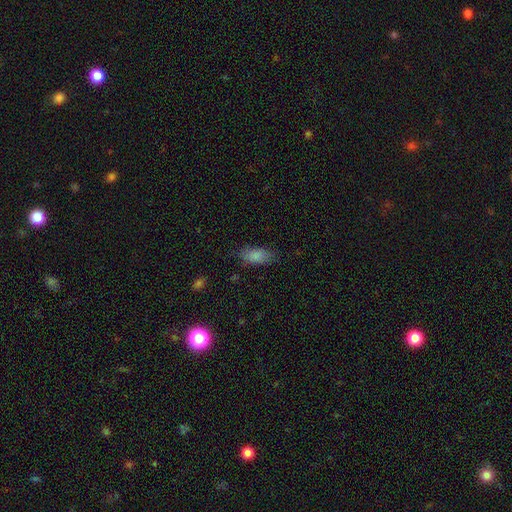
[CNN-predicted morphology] Smooth or featured? smooth (85%)
How rounded? in between (90%)
Merging? none (76%)